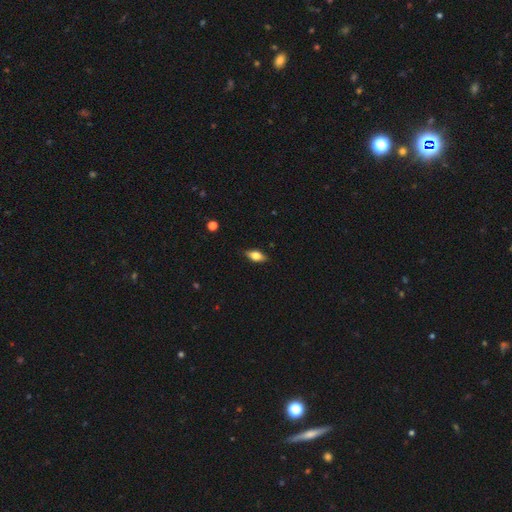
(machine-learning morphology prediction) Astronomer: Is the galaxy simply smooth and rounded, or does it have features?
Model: smooth — 73%.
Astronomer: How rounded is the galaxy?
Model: in between — 85%.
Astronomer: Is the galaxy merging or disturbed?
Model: none — 86%.